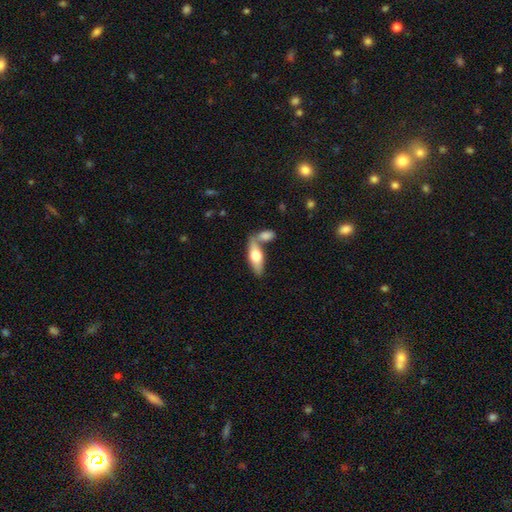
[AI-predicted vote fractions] This is possibly a smooth galaxy (58%). How rounded: likely in between (60%). Merging: possibly none (53%).